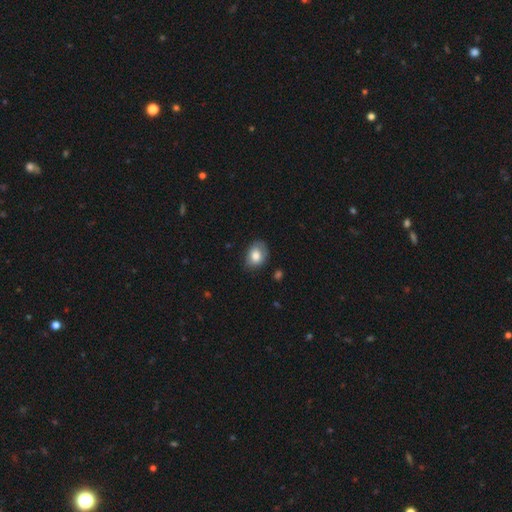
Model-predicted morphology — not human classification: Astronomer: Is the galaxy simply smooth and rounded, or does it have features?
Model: smooth — 78%.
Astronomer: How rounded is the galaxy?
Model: in between — 68%.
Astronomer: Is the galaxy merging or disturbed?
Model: none — 69%.